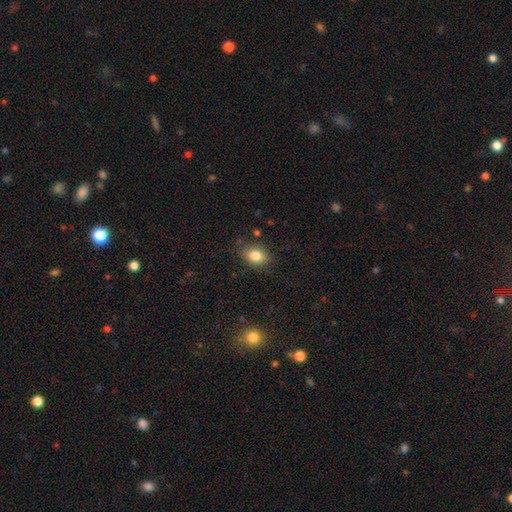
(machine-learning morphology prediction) smooth_or_featured: smooth (p=0.82) [alt: star or artifact p=0.10]
how_rounded: in between (p=0.73) [alt: round p=0.25]
merging: none (p=0.81) [alt: minor disturbance p=0.14]